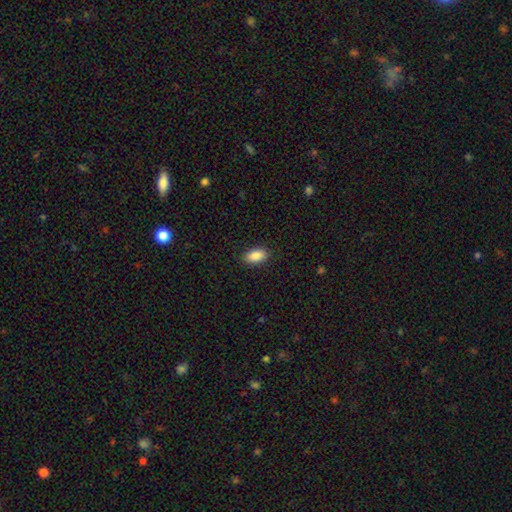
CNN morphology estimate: Smooth or featured? Predicted: smooth (p=0.89). How rounded? Predicted: in between (p=0.93). Merging? Predicted: none (p=0.89).